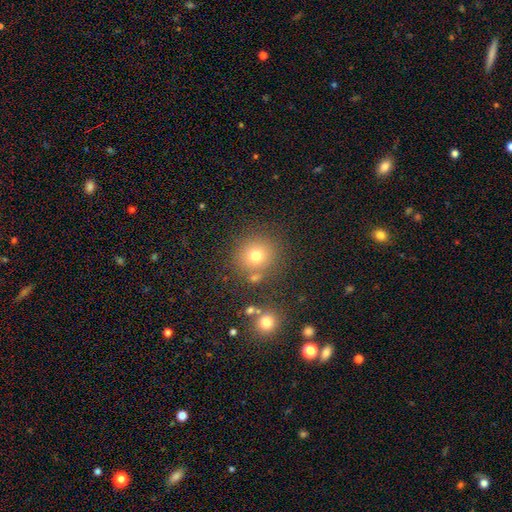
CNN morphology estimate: Smooth or featured? Predicted: smooth (p=0.74). How rounded? Predicted: round (p=0.89). Merging? Predicted: none (p=0.77).